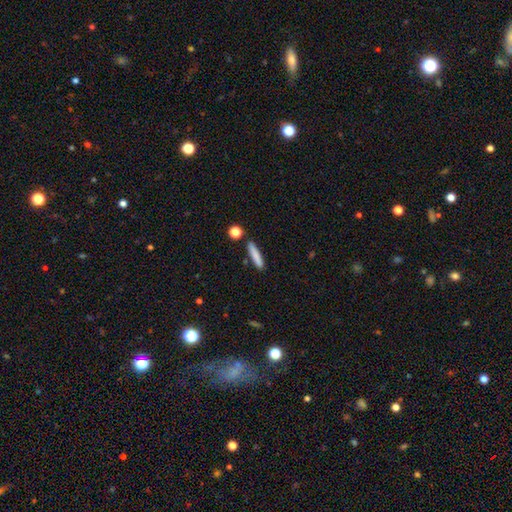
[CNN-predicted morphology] A smooth galaxy with no disk features (82%) that is cigar-shaped (88%).

Vote fractions:
- Smooth or featured? smooth: 82% / featured or disk: 11% / star or artifact: 7%
- How rounded? cigar-shaped: 88% / in between: 10% / round: 2%
- Merging? none: 85% / minor disturbance: 9% / merger: 4% / major disturbance: 2%